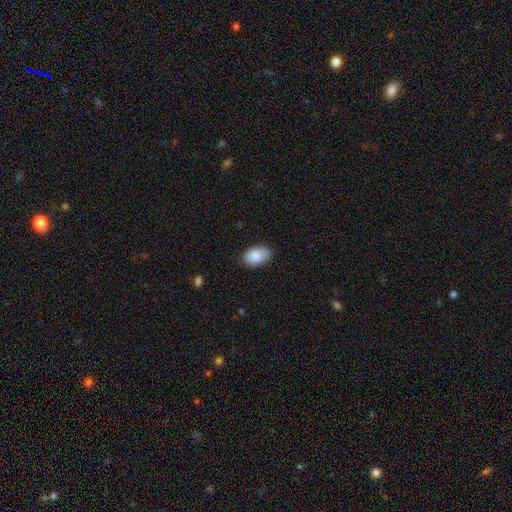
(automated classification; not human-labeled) A smooth galaxy with no disk features (83%) that is in between round and cigar-shaped (93%). Merging: none (82%).